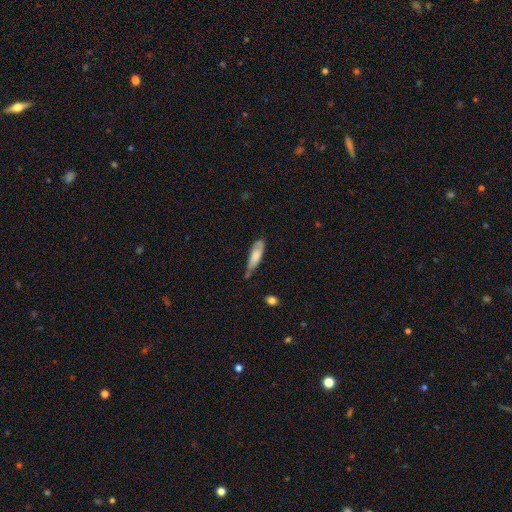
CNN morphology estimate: Smooth or featured? Predicted: smooth (p=0.73). How rounded? Predicted: cigar-shaped (p=0.58). Merging? Predicted: none (p=0.46).